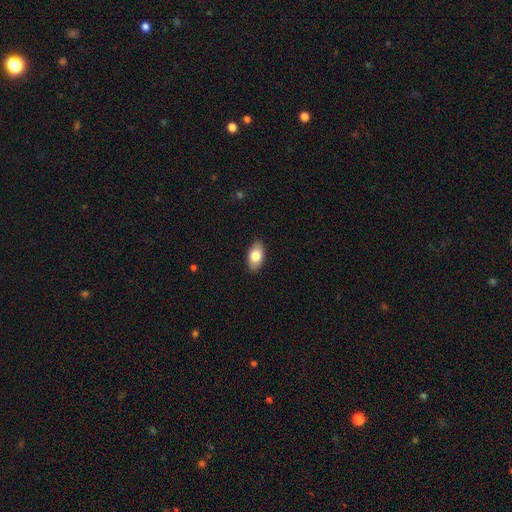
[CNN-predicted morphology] Smooth or featured? smooth (80%)
How rounded? in between (93%)
Merging? none (88%)